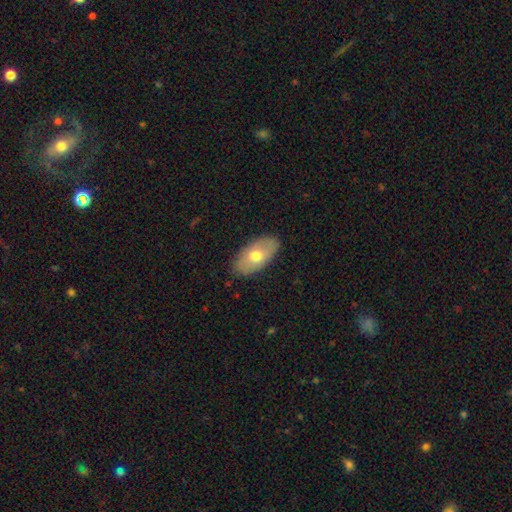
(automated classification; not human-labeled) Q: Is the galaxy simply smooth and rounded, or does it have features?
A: smooth — 64%.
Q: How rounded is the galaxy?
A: in between — 93%.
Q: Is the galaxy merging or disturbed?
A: none — 85%.